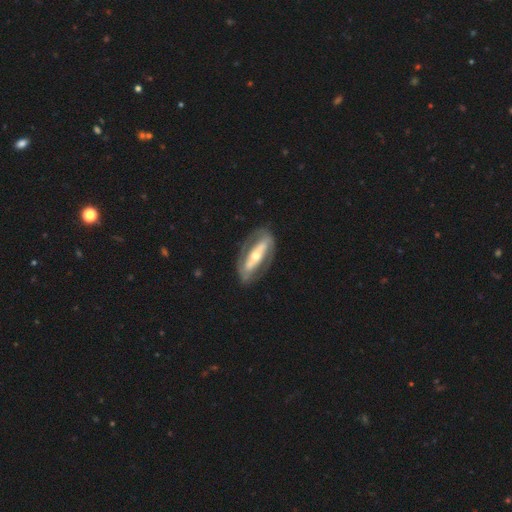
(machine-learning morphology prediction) A featured or disk galaxy (75%) with a strong bar (59%), spiral arms (51%) and a moderate central bulge (57%).

Vote fractions:
- Smooth or featured? featured or disk: 75% / smooth: 21% / star or artifact: 4%
- Edge-on disk? no: 83% / yes: 17%
- Bar? strong: 59% / no: 26% / weak: 15%
- Spiral arms? yes: 51% / no: 49%
- Bulge size? moderate: 57% / small: 33% / large: 7% / dominant: 1% / none: 1%
- Merging? none: 76% / minor disturbance: 14% / major disturbance: 8% / merger: 2%